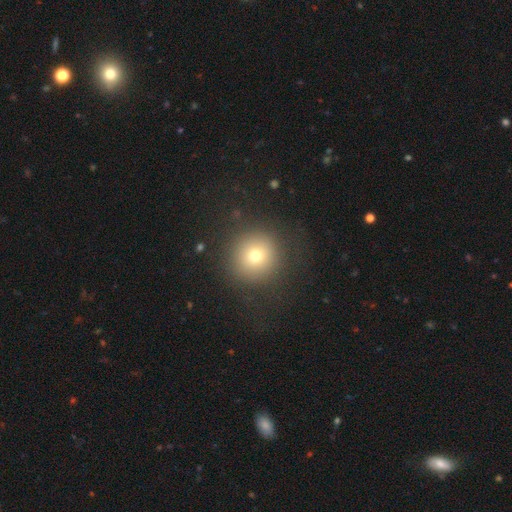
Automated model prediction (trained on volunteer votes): Overall: smooth (72%). How rounded: round (95%). Merging: none (86%).